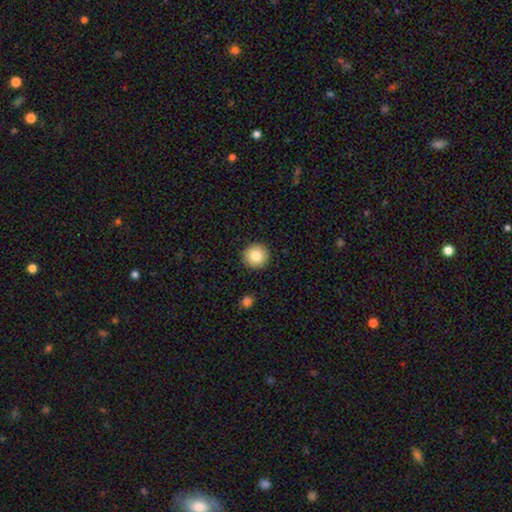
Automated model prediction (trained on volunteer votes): A smooth galaxy with no disk features (81%) that is round (95%).

Vote fractions:
- Smooth or featured? smooth: 81% / featured or disk: 10% / star or artifact: 9%
- How rounded? round: 95% / in between: 4% / cigar-shaped: 1%
- Merging? none: 92% / minor disturbance: 5% / major disturbance: 2% / merger: 1%